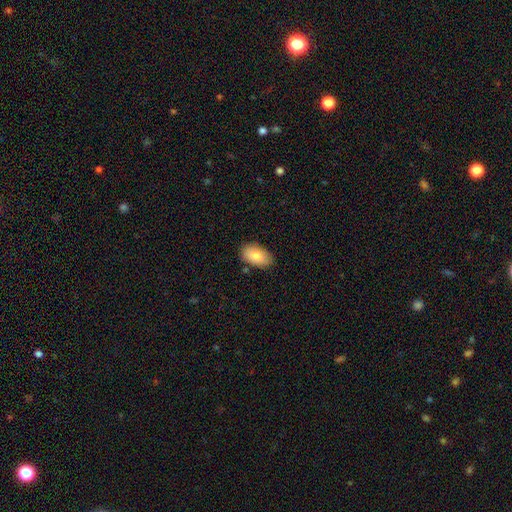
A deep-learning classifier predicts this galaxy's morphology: Overall: smooth (81%). How rounded: in between (93%). Merging: none (81%).